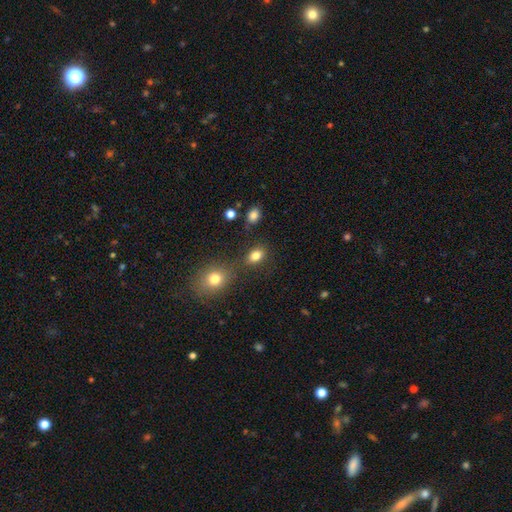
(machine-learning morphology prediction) A smooth galaxy with no disk features (83%) that is in between round and cigar-shaped (74%).

Vote fractions:
- Smooth or featured? smooth: 83% / star or artifact: 11% / featured or disk: 6%
- How rounded? in between: 74% / round: 25% / cigar-shaped: 1%
- Merging? none: 75% / minor disturbance: 12% / merger: 9% / major disturbance: 4%